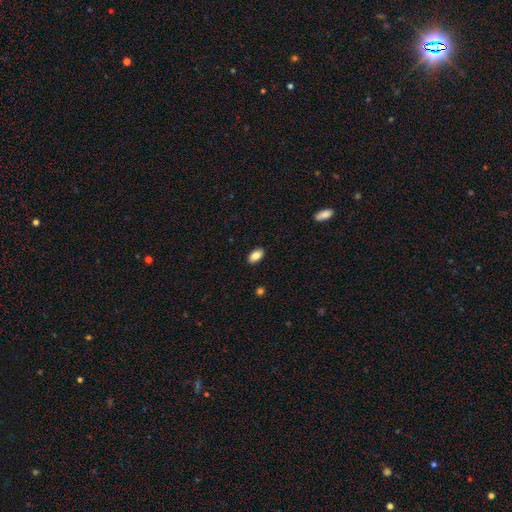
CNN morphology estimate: smooth_or_featured: smooth (p=0.85) [alt: featured or disk p=0.08]
how_rounded: in between (p=0.93) [alt: round p=0.04]
merging: none (p=0.89) [alt: minor disturbance p=0.08]